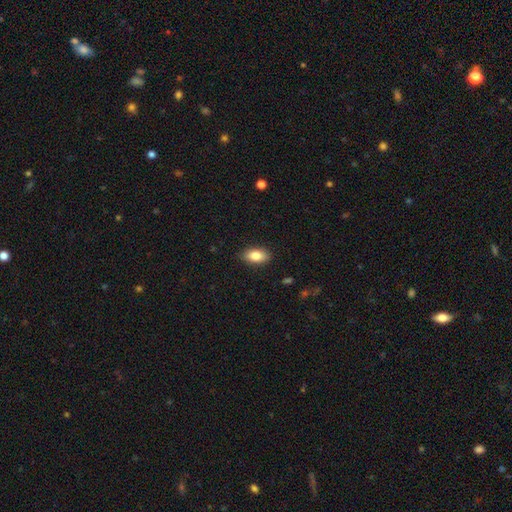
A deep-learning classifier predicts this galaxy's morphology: Q: Smooth or featured?
A: smooth (84%); runner-up: featured or disk (9%)
Q: How rounded?
A: in between (91%); runner-up: round (5%)
Q: Merging?
A: none (88%); runner-up: minor disturbance (9%)